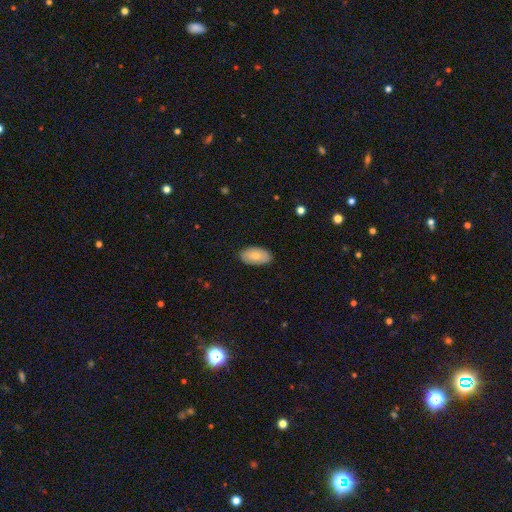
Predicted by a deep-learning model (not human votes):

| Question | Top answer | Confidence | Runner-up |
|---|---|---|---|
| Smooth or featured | smooth | 79% | featured or disk (15%) |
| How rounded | in between | 94% | round (4%) |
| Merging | none | 86% | minor disturbance (11%) |